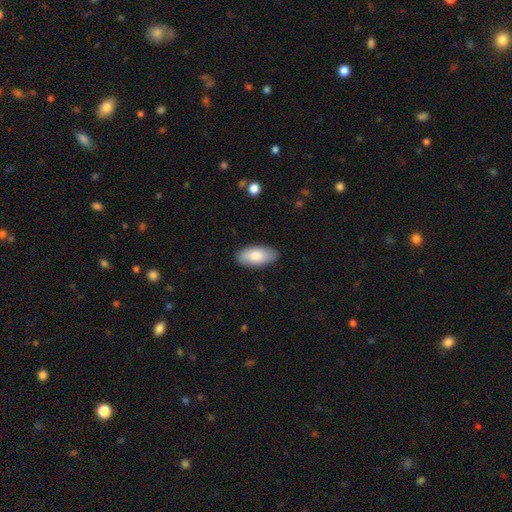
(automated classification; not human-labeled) smooth_or_featured: smooth (p=0.84) [alt: featured or disk p=0.11]
how_rounded: in between (p=0.93) [alt: cigar-shaped p=0.05]
merging: none (p=0.88) [alt: minor disturbance p=0.09]